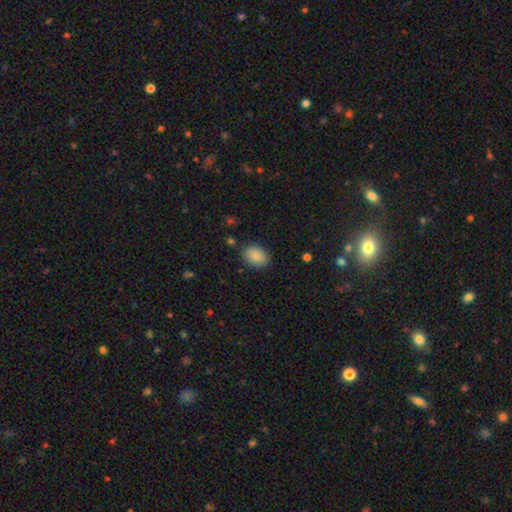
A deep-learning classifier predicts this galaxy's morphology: Smooth or featured?
  - smooth: 89% *
  - star or artifact: 7%
  - featured or disk: 3%
How rounded?
  - in between: 76% *
  - round: 23%
  - cigar-shaped: 1%
Merging?
  - none: 84% *
  - minor disturbance: 11%
  - major disturbance: 3%
  - merger: 2%